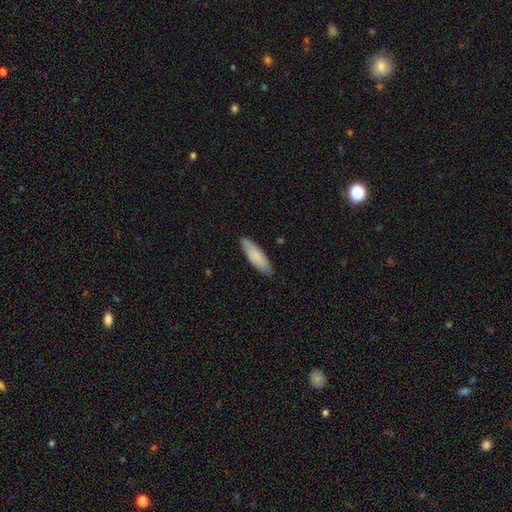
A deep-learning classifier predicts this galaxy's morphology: This appears to be a smooth galaxy with no disk features (82%) that is cigar-shaped (53%). Merging: none (84%).